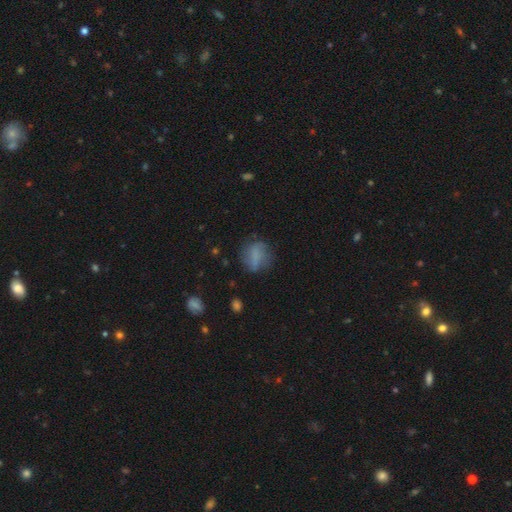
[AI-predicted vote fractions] Smooth or featured: smooth — 66% (featured or disk — 23%)
How rounded: round — 62% (in between — 36%)
Merging: none — 64% (minor disturbance — 22%)